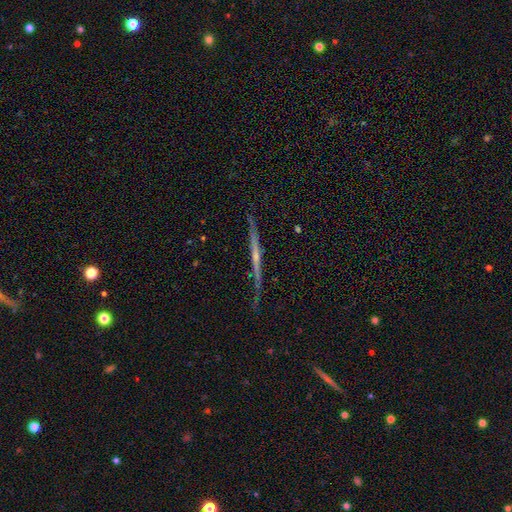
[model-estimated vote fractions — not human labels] A featured or disk galaxy (74%) viewed edge-on (97%) with no central bulge (52%).

Vote fractions:
- Smooth or featured? featured or disk: 74% / smooth: 18% / star or artifact: 8%
- Edge-on disk? yes: 97% / no: 3%
- Edge-on bulge? none: 52% / rounded: 42% / boxy: 7%
- Merging? none: 79% / minor disturbance: 15% / major disturbance: 4% / merger: 2%